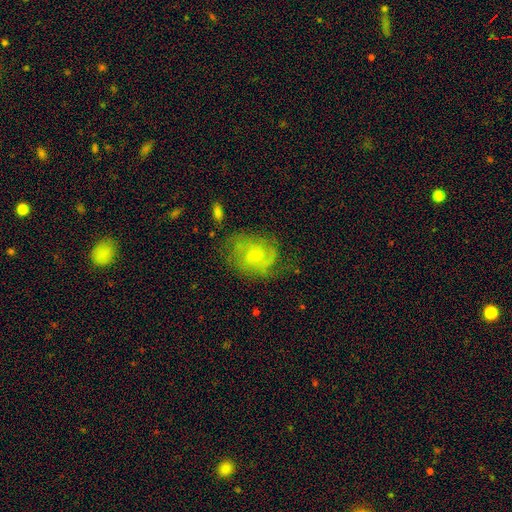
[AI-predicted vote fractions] The model was most divided on "spiral arm count": 2: 35%, can't tell: 33%, 3: 15%, 1: 8%, 4: 5%, more than 4: 4%. Remaining: edge-on disk — no (98%); spiral arms — yes (85%); bar — no (69%); smooth or featured — featured or disk (63%); bulge size — small (61%); merging — none (55%); spiral winding — medium (43%).